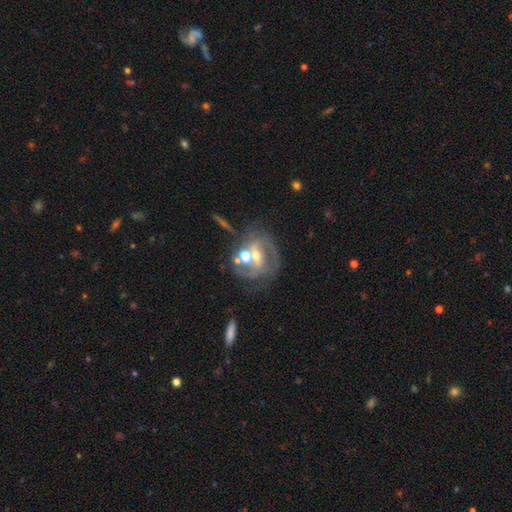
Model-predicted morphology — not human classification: Smooth or featured?
  - featured or disk: 81% *
  - smooth: 10%
  - star or artifact: 9%
Edge-on disk?
  - no: 96% *
  - yes: 4%
Bar?
  - weak: 40% *
  - strong: 35%
  - no: 25%
Spiral arms?
  - yes: 89% *
  - no: 11%
Spiral winding?
  - medium: 45% *
  - tight: 40%
  - loose: 15%
Spiral arm count?
  - 2: 66% *
  - can't tell: 15%
  - 3: 10%
  - 1: 6%
  - 4: 2%
  - more than 4: 2%
Bulge size?
  - moderate: 63% *
  - small: 30%
  - large: 4%
  - none: 2%
  - dominant: 1%
Merging?
  - none: 52% *
  - merger: 20%
  - minor disturbance: 16%
  - major disturbance: 12%